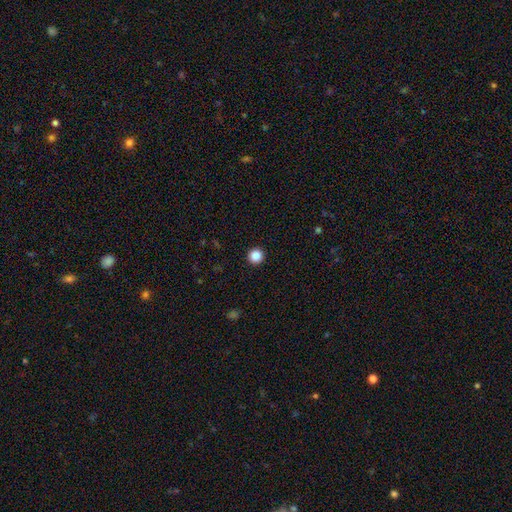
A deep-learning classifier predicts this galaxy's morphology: smooth 87%, star or artifact 10%, featured or disk 2%. Down the decision tree: how rounded — round (96%); merging — none (93%).